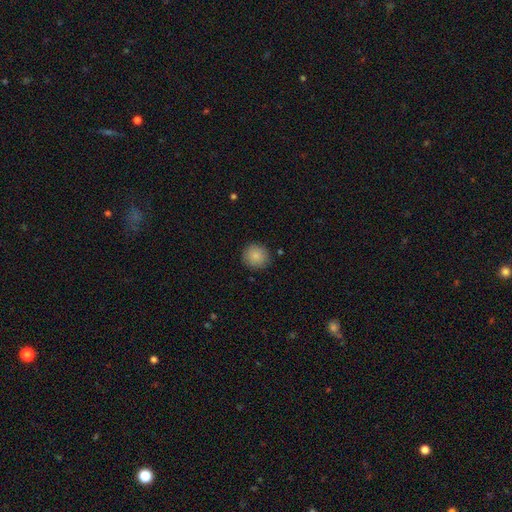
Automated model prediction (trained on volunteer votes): Smooth or featured?
  - smooth: 86% *
  - star or artifact: 9%
  - featured or disk: 5%
How rounded?
  - round: 92% *
  - in between: 7%
  - cigar-shaped: 1%
Merging?
  - none: 89% *
  - minor disturbance: 8%
  - major disturbance: 2%
  - merger: 1%